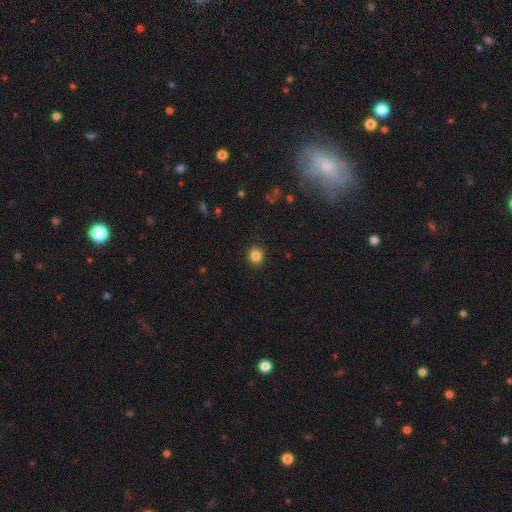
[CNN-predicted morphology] Smooth or featured?
  - smooth: 85% *
  - star or artifact: 11%
  - featured or disk: 4%
How rounded?
  - round: 86% *
  - in between: 13%
  - cigar-shaped: 1%
Merging?
  - none: 91% *
  - minor disturbance: 6%
  - major disturbance: 2%
  - merger: 1%